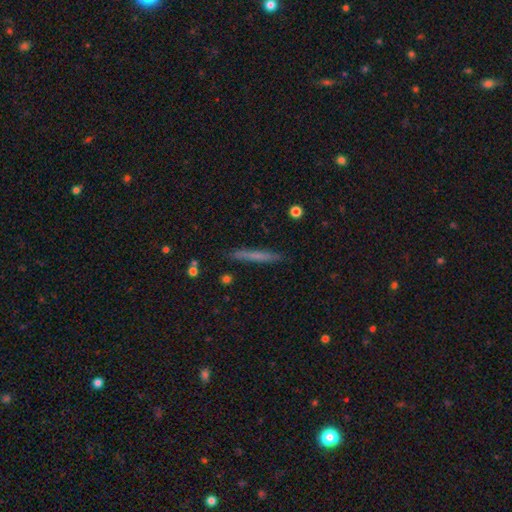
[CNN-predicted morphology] A smooth galaxy with no disk features (59%) that is cigar-shaped (96%).

Vote fractions:
- Smooth or featured? smooth: 59% / featured or disk: 34% / star or artifact: 7%
- How rounded? cigar-shaped: 96% / in between: 3% / round: 2%
- Merging? none: 89% / minor disturbance: 8% / major disturbance: 2% / merger: 1%